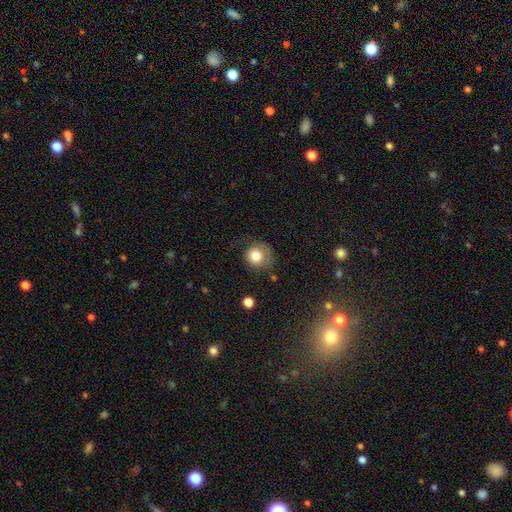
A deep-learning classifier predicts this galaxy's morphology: The model was most divided on "merging": none: 66%, minor disturbance: 23%, major disturbance: 9%, merger: 2%. More confident: how rounded — round (89%); smooth or featured — smooth (80%).